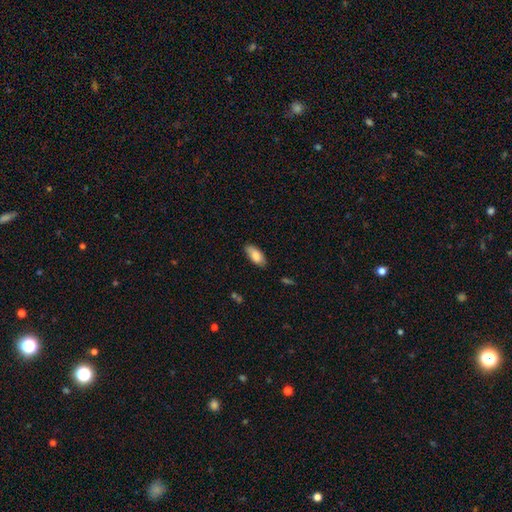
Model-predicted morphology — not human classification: smooth 83%, featured or disk 11%, star or artifact 6%. Down the decision tree: how rounded — in between (88%); merging — none (80%).